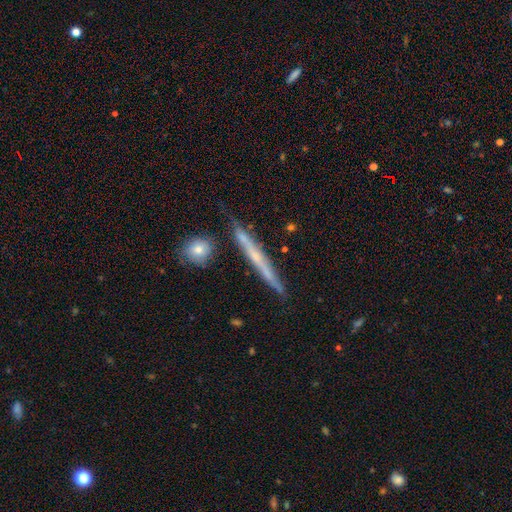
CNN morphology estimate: A featured or disk galaxy (63%) viewed edge-on (94%) with no central bulge (68%). Merging: none (81%).